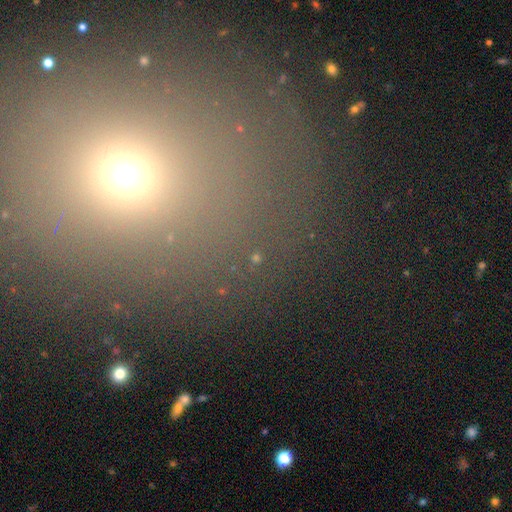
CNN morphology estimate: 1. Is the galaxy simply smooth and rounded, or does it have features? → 57% star or artifact, 31% smooth, 12% featured or disk.